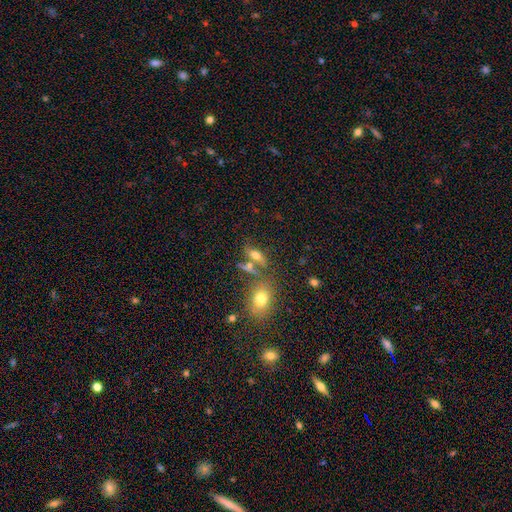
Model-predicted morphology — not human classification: Q: Smooth or featured?
A: smooth (53%); runner-up: featured or disk (32%)
Q: How rounded?
A: in between (62%); runner-up: cigar-shaped (27%)
Q: Merging?
A: none (52%); runner-up: merger (25%)